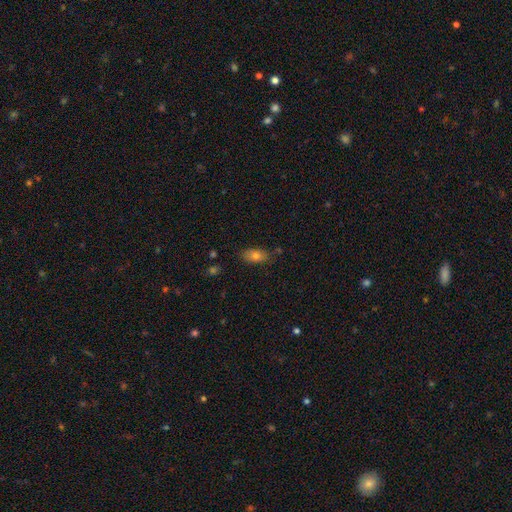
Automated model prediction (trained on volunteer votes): smooth 76%, featured or disk 14%, star or artifact 9%. Down the decision tree: how rounded — in between (88%); merging — none (76%).